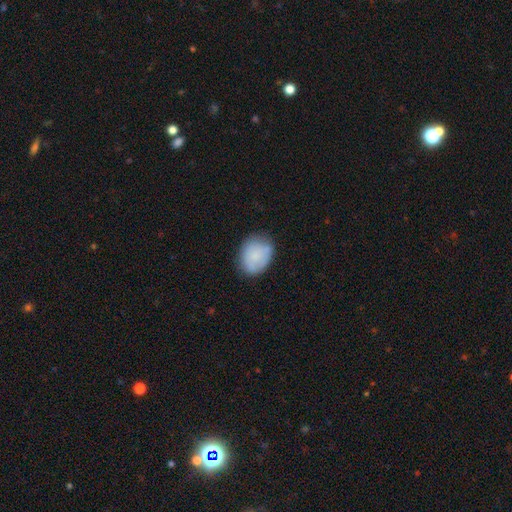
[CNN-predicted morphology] A smooth galaxy with no disk features (78%) that is in between round and cigar-shaped (59%).

Vote fractions:
- Smooth or featured? smooth: 78% / featured or disk: 15% / star or artifact: 7%
- How rounded? in between: 59% / round: 40% / cigar-shaped: 1%
- Merging? none: 67% / minor disturbance: 23% / major disturbance: 6% / merger: 3%